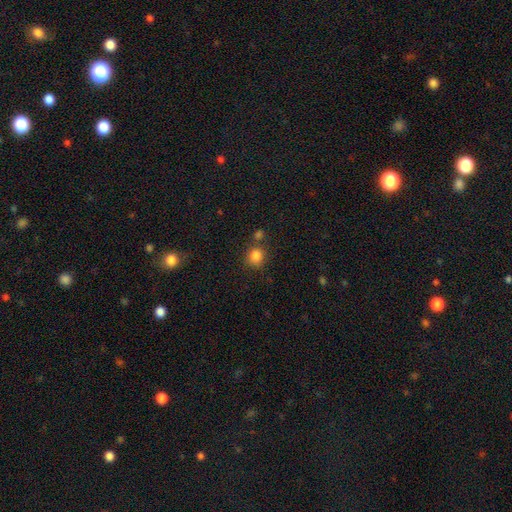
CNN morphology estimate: Smooth or featured? smooth (83%)
How rounded? round (88%)
Merging? none (74%)